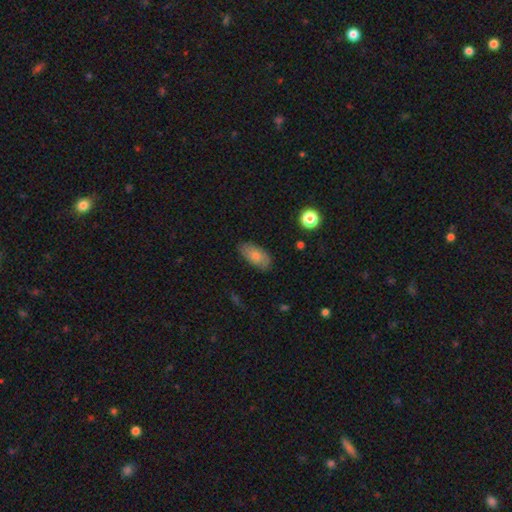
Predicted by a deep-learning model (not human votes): This appears to be a smooth galaxy with no disk features (71%) that is in between round and cigar-shaped (90%). Merging: none (82%).